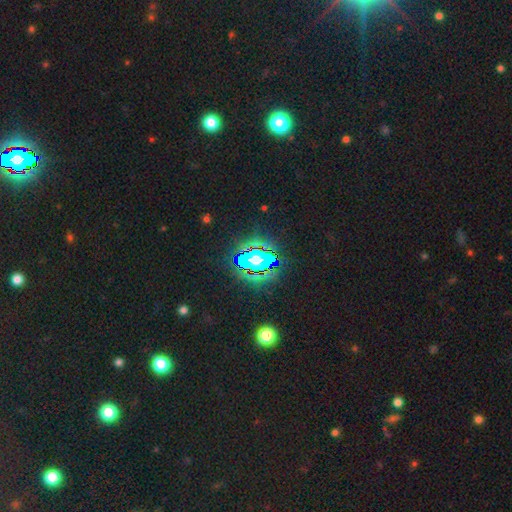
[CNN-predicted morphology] Smooth or featured? star or artifact (81%)